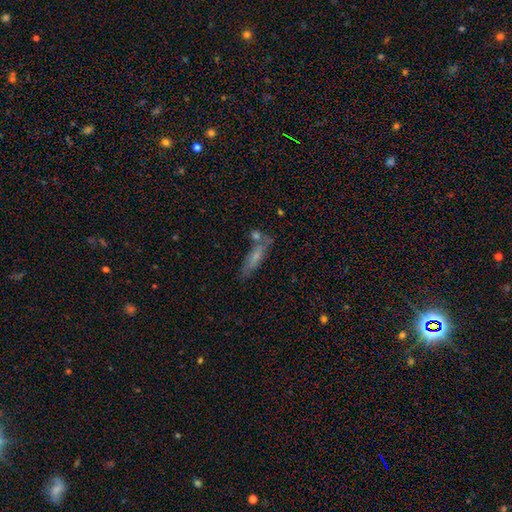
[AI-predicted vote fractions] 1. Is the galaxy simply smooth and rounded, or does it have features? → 57% smooth, 33% featured or disk, 10% star or artifact.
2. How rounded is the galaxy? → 69% cigar-shaped, 29% in between, 3% round.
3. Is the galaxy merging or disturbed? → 63% none, 17% minor disturbance, 15% merger, 6% major disturbance.